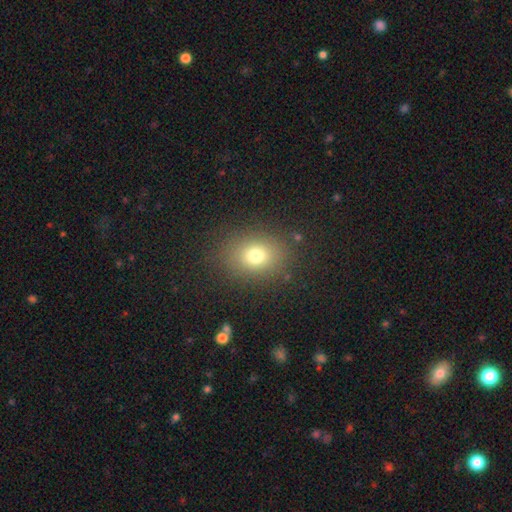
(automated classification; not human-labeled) Overall: smooth (74%). How rounded: in between (50%; round 49%). Merging: none (85%).